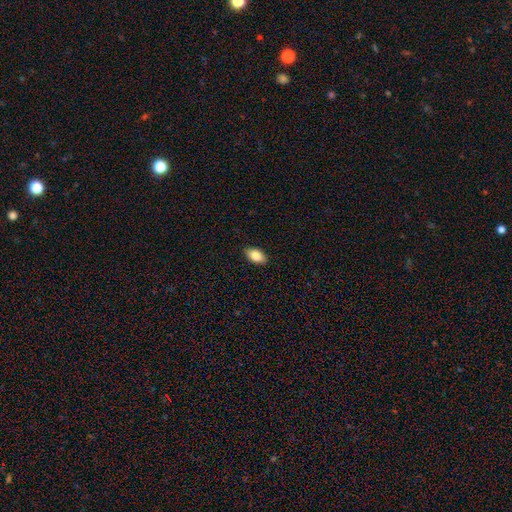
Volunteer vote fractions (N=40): This is clearly a smooth galaxy (88%). How rounded: clearly in between (97%). Merging: clearly none (91%).